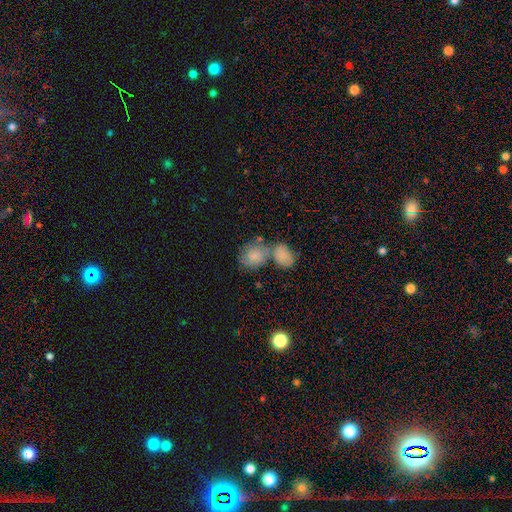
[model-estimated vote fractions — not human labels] Smooth or featured: smooth — 73% (featured or disk — 17%)
How rounded: round — 54% (in between — 45%)
Merging: merger — 42% (none — 39%)